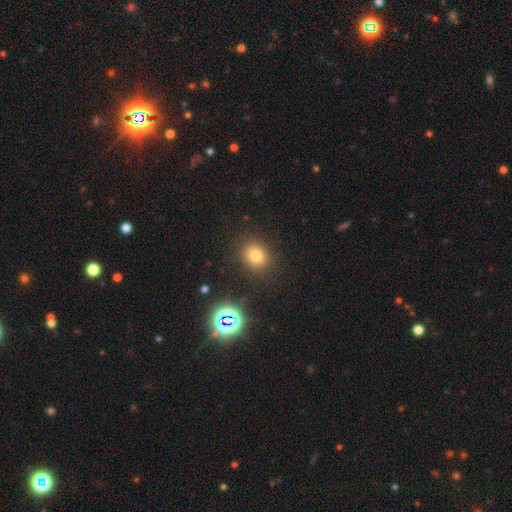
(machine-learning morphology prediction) Smooth or featured? smooth (76%)
How rounded? round (71%)
Merging? none (87%)